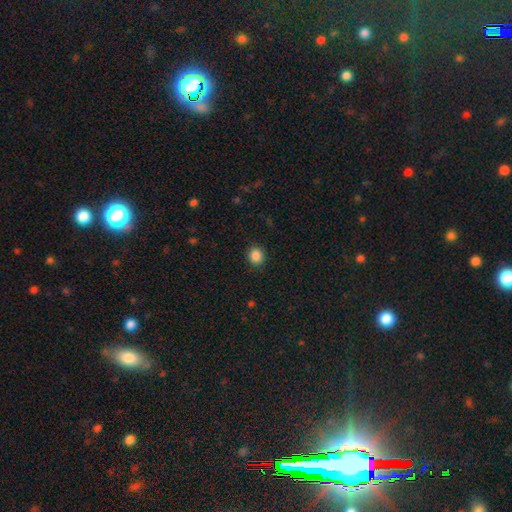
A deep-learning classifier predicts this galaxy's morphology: Smooth or featured? Predicted: smooth (p=0.87). How rounded? Predicted: round (p=0.83). Merging? Predicted: none (p=0.90).